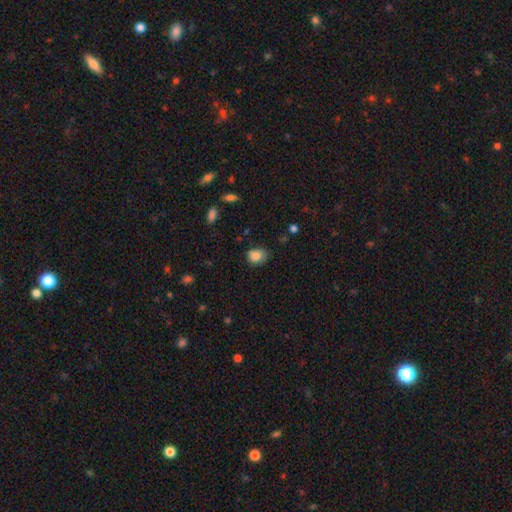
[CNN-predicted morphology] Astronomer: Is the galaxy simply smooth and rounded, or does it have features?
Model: smooth — 83%.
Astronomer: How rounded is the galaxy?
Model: round — 51% (runner-up: in between, 48%).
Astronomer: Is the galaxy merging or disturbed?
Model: none — 64%.